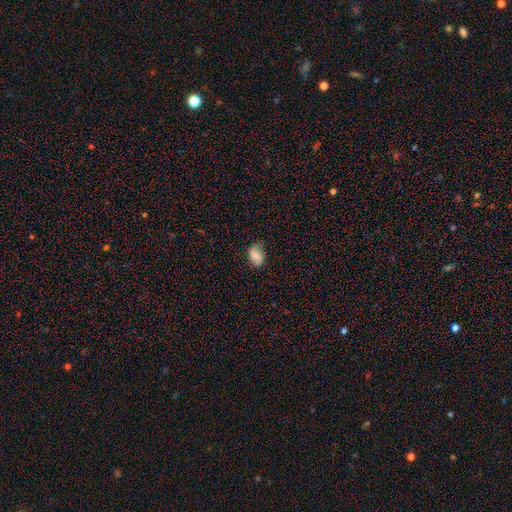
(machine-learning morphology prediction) Smooth or featured? Predicted: smooth (p=0.68). How rounded? Predicted: in between (p=0.74). Merging? Predicted: none (p=0.64).